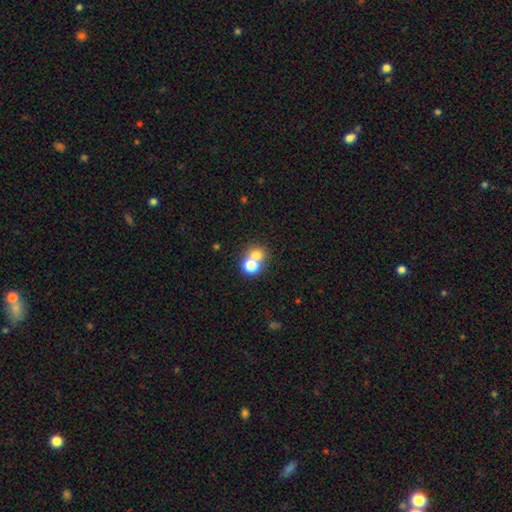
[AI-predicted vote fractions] Smooth or featured? smooth (70%)
How rounded? round (76%)
Merging? merger (54%)